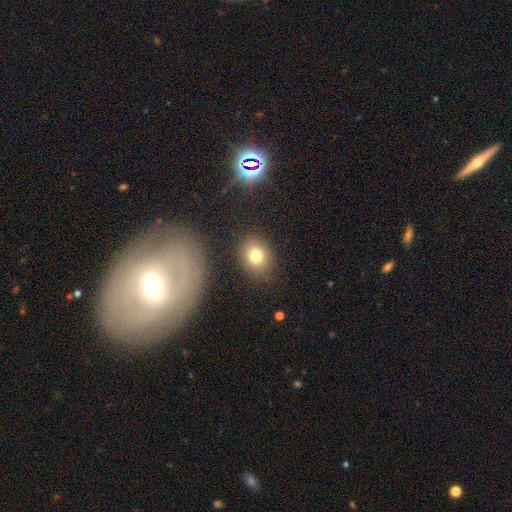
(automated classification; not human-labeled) Morphology: type=smooth (78%); roundness=round (58%); merging=none (84%).